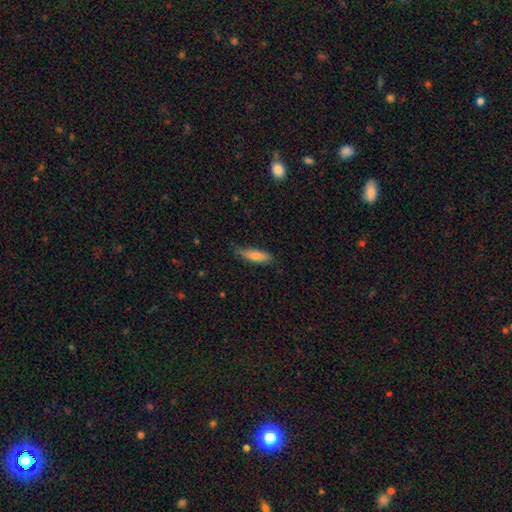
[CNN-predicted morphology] Q: Smooth or featured?
A: smooth (73%); runner-up: featured or disk (21%)
Q: How rounded?
A: cigar-shaped (60%); runner-up: in between (38%)
Q: Merging?
A: none (68%); runner-up: minor disturbance (26%)